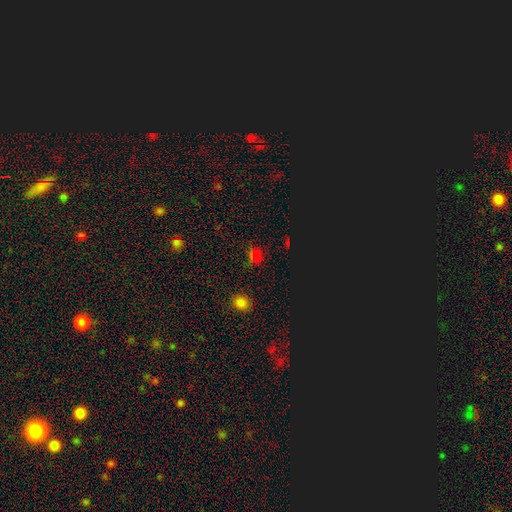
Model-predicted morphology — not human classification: smooth-or-featured: star or artifact: 58% | smooth: 36% | featured or disk: 6%